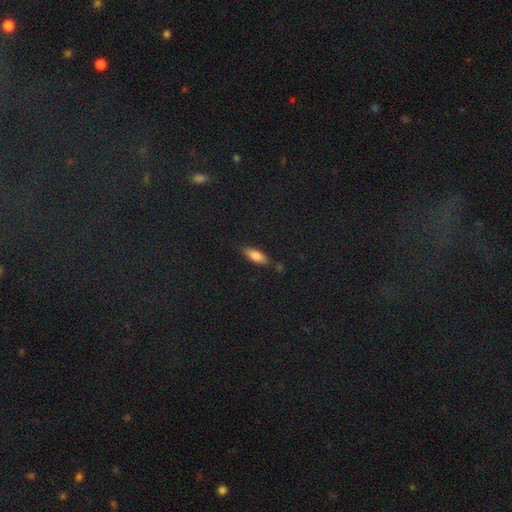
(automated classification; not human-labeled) smooth_or_featured: smooth (p=0.77) [alt: featured or disk p=0.15]
how_rounded: in between (p=0.70) [alt: cigar-shaped p=0.27]
merging: none (p=0.78) [alt: minor disturbance p=0.15]